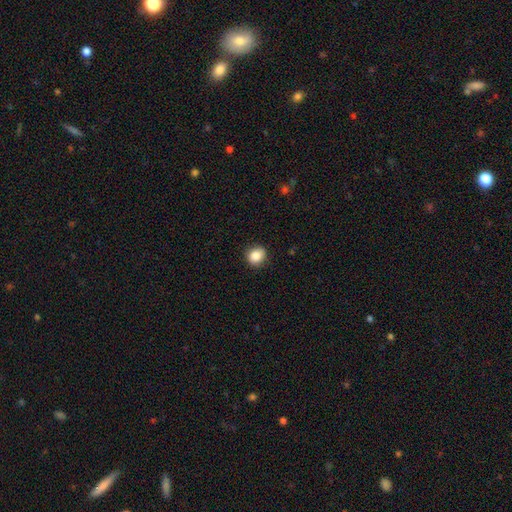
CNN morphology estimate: This is clearly a smooth galaxy (86%). How rounded: clearly round (80%). Merging: clearly none (86%).